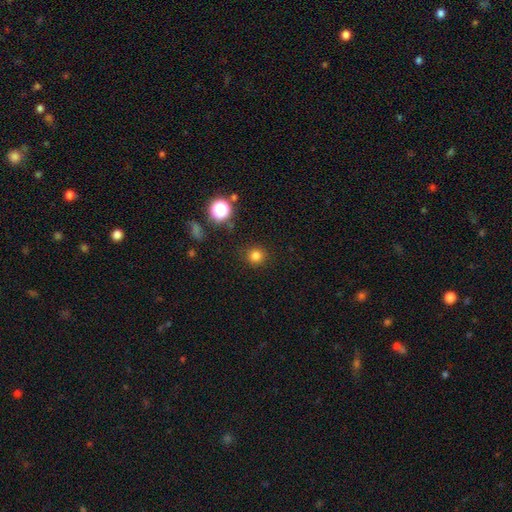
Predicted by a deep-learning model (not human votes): Smooth or featured? smooth (80%)
How rounded? round (93%)
Merging? none (89%)